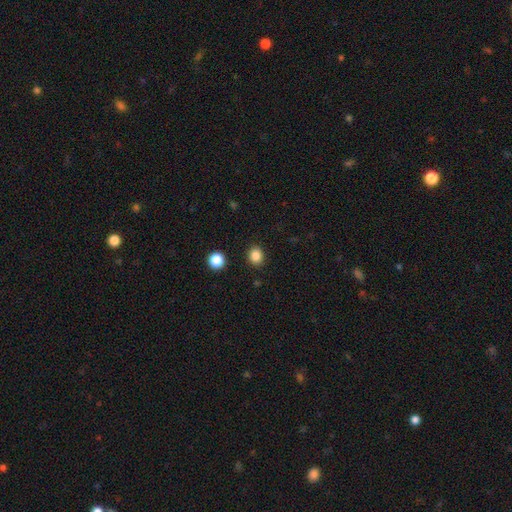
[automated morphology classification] Smooth or featured: smooth — 85% (star or artifact — 11%)
How rounded: round — 69% (in between — 30%)
Merging: none — 89% (minor disturbance — 7%)